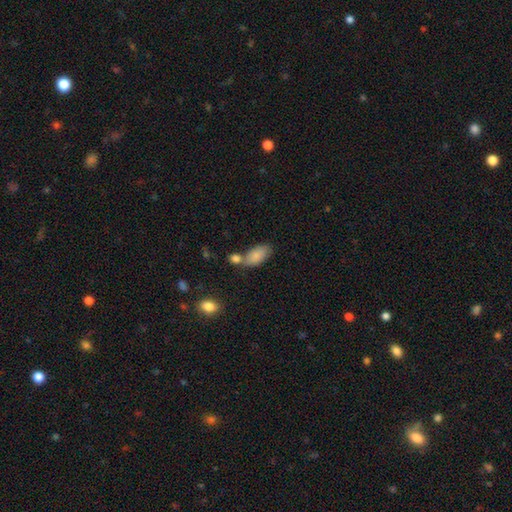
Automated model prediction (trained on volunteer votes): The model was most divided on "merging": none: 48%, merger: 31%, minor disturbance: 16%, major disturbance: 5%. More confident: how rounded — in between (91%); smooth or featured — smooth (85%).